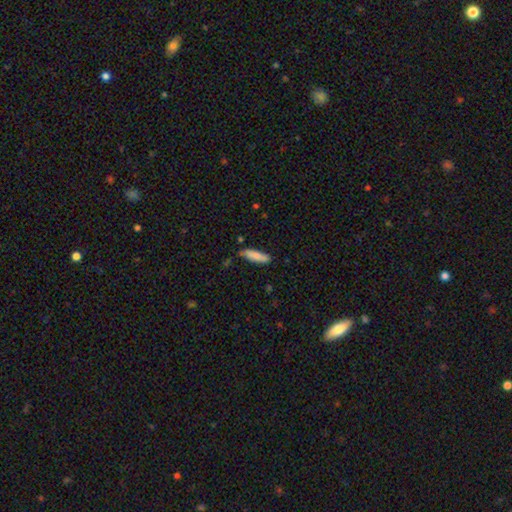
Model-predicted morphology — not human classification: smooth-or-featured: smooth: 83% | featured or disk: 11% | star or artifact: 6%
  how-rounded: cigar-shaped: 61% | in between: 37% | round: 2%
  merging: none: 76% | minor disturbance: 19% | major disturbance: 3% | merger: 2%